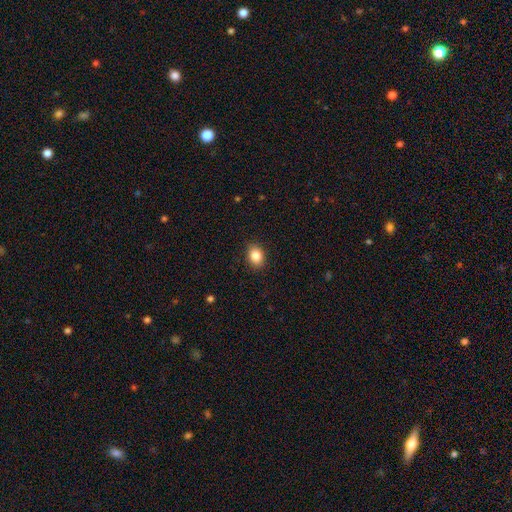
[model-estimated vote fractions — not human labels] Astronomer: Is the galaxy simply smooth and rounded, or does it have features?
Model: smooth — 85%.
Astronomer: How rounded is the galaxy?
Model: in between — 60% (runner-up: round, 39%).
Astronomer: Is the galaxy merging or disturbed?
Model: none — 88%.